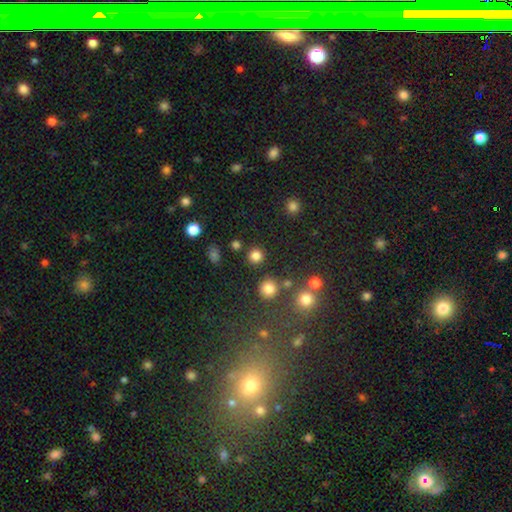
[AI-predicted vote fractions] smooth 81%, star or artifact 15%, featured or disk 5%. Down the decision tree: how rounded — round (93%); merging — none (87%).